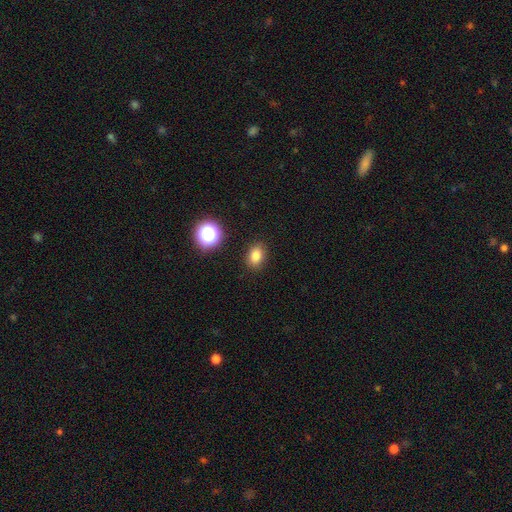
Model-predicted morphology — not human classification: Q: Smooth or featured?
A: smooth (81%); runner-up: star or artifact (13%)
Q: How rounded?
A: in between (69%); runner-up: round (30%)
Q: Merging?
A: none (88%); runner-up: minor disturbance (8%)